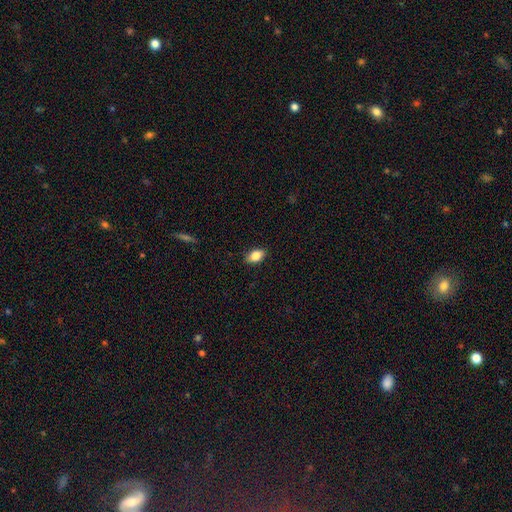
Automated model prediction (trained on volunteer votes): A smooth galaxy with no disk features (84%) that is in between round and cigar-shaped (88%). Merging: none (87%).